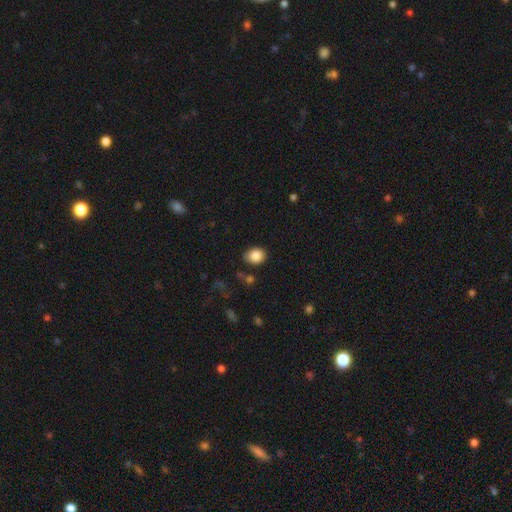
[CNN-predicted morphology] A smooth galaxy with no disk features (86%) that is round (57%).

Vote fractions:
- Smooth or featured? smooth: 86% / star or artifact: 9% / featured or disk: 5%
- How rounded? round: 57% / in between: 42% / cigar-shaped: 1%
- Merging? none: 83% / minor disturbance: 11% / major disturbance: 3% / merger: 3%